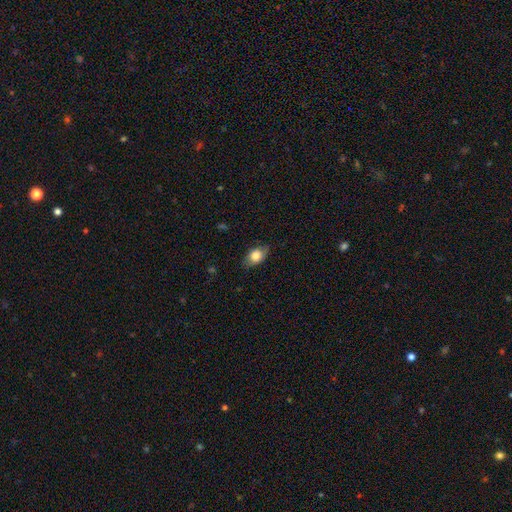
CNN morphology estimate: smooth_or_featured: smooth (p=0.77) [alt: featured or disk p=0.15]
how_rounded: in between (p=0.81) [alt: round p=0.16]
merging: none (p=0.77) [alt: minor disturbance p=0.18]